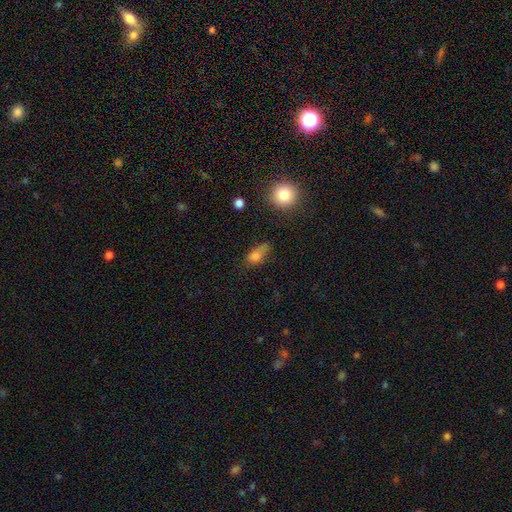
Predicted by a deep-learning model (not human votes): Smooth or featured?
  - smooth: 75% *
  - star or artifact: 12%
  - featured or disk: 12%
How rounded?
  - in between: 70% *
  - round: 19%
  - cigar-shaped: 11%
Merging?
  - none: 41% *
  - minor disturbance: 31%
  - major disturbance: 19%
  - merger: 9%